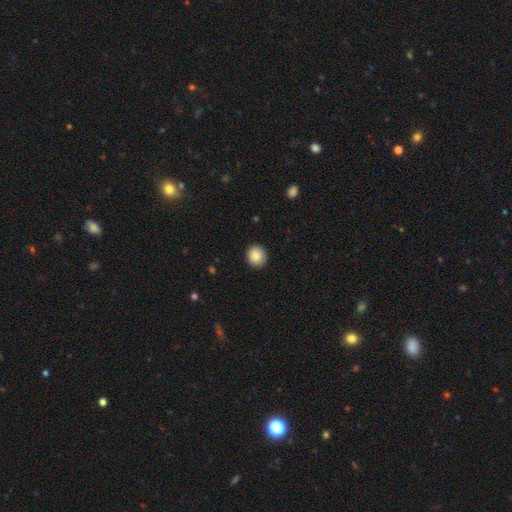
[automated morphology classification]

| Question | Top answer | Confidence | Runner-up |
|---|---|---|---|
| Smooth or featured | smooth | 86% | star or artifact (8%) |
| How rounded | round | 85% | in between (14%) |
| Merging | none | 90% | minor disturbance (7%) |